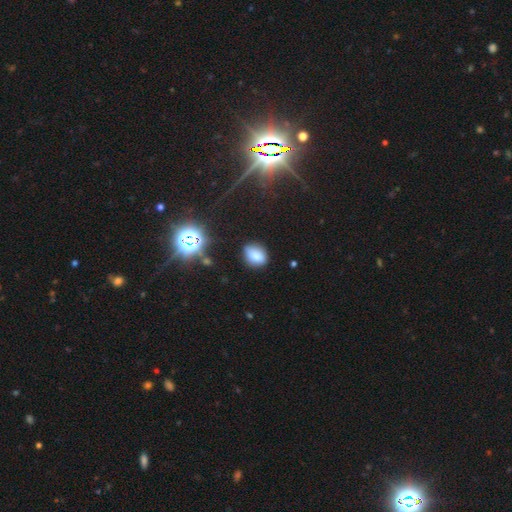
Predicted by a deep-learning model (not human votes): Q: Smooth or featured?
A: smooth (76%); runner-up: star or artifact (15%)
Q: How rounded?
A: in between (65%); runner-up: round (34%)
Q: Merging?
A: none (77%); runner-up: minor disturbance (17%)